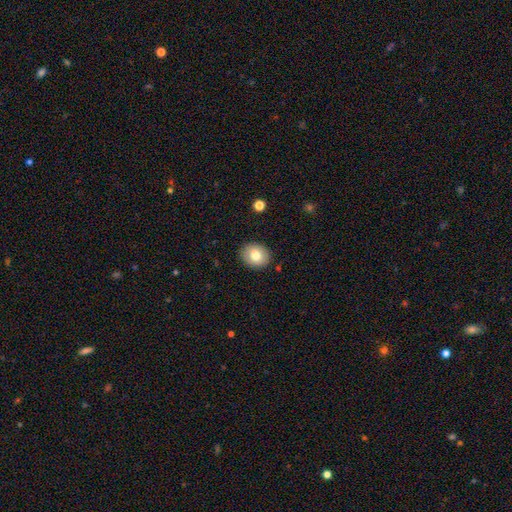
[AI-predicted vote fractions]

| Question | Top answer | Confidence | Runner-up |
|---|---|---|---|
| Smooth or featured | smooth | 77% | featured or disk (15%) |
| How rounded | round | 58% | in between (41%) |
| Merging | none | 88% | minor disturbance (9%) |